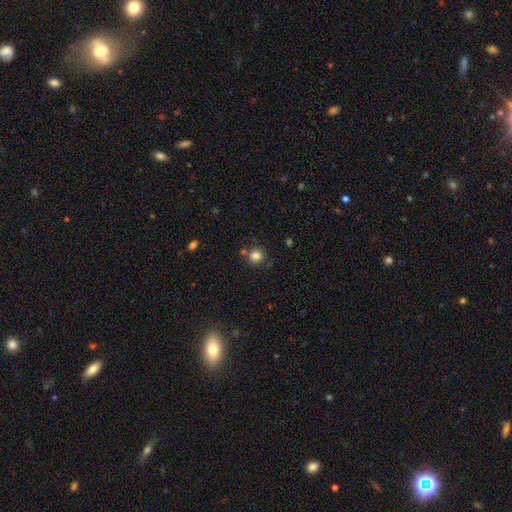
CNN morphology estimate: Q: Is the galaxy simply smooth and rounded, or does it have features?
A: smooth — 83%.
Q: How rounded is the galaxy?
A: round — 92%.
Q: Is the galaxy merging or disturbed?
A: none — 78%.